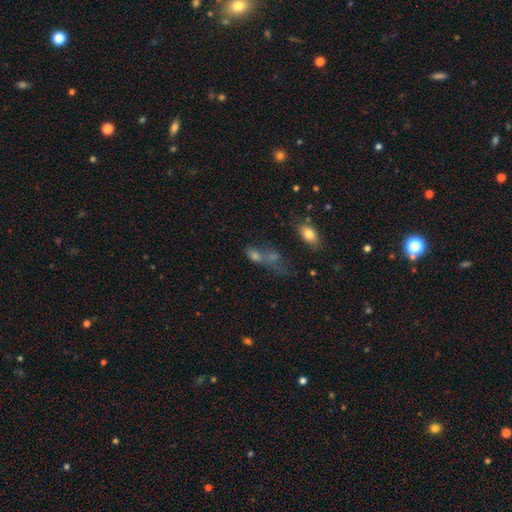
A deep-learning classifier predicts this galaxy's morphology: smooth 60%, featured or disk 20%, star or artifact 20%. Down the decision tree: how rounded — in between (69%); merging — merger (50%).